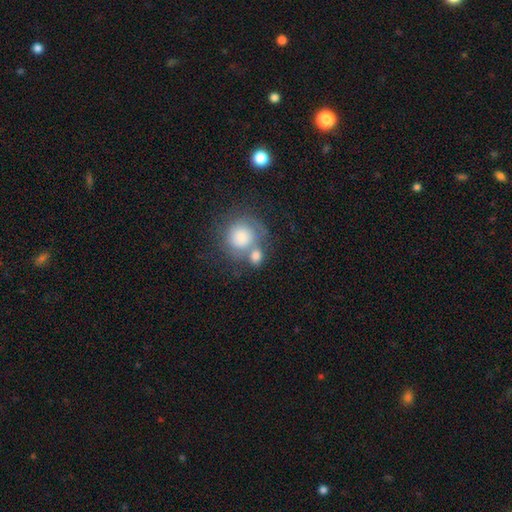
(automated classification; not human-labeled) Q: Smooth or featured?
A: smooth (73%); runner-up: featured or disk (18%)
Q: How rounded?
A: round (71%); runner-up: in between (27%)
Q: Merging?
A: merger (43%); runner-up: none (35%)